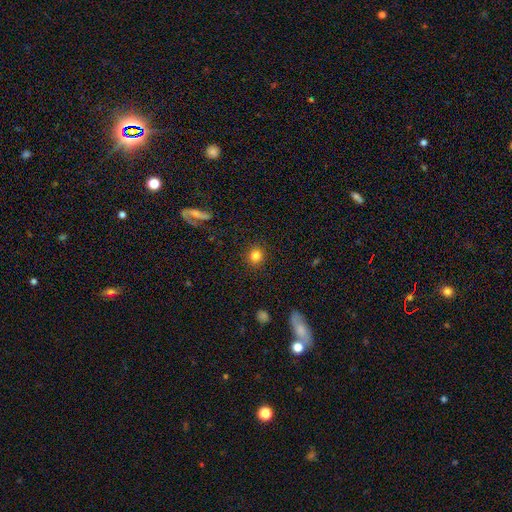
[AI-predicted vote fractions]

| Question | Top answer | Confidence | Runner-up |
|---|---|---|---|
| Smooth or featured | smooth | 83% | star or artifact (11%) |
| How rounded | round | 88% | in between (11%) |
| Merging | none | 90% | minor disturbance (6%) |